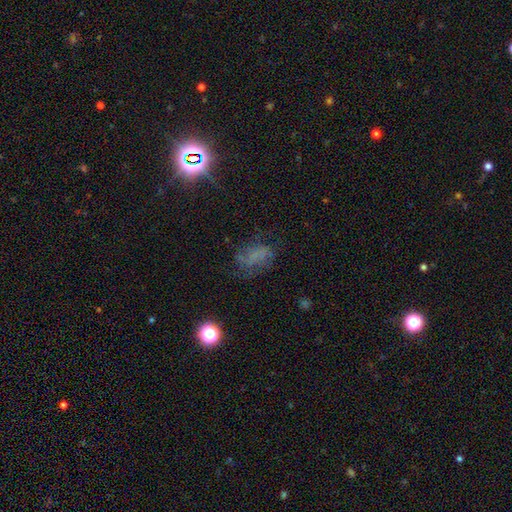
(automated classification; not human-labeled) Smooth or featured?
  - smooth: 38% *
  - featured or disk: 31%
  - star or artifact: 31%
Merging?
  - none: 52% *
  - minor disturbance: 23%
  - major disturbance: 22%
  - merger: 3%